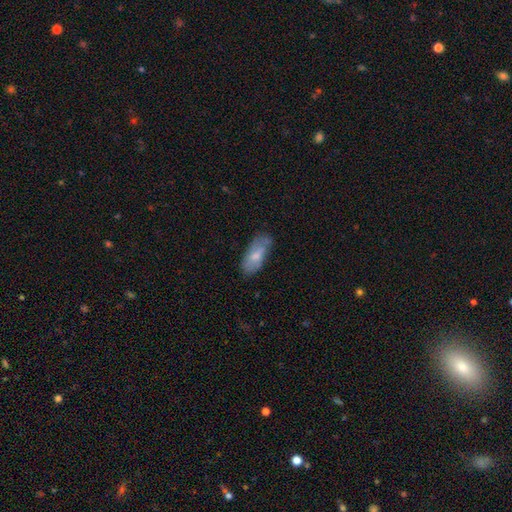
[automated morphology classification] Smooth or featured?
  - smooth: 69% *
  - featured or disk: 25%
  - star or artifact: 6%
How rounded?
  - in between: 83% *
  - cigar-shaped: 15%
  - round: 2%
Merging?
  - none: 63% *
  - minor disturbance: 28%
  - major disturbance: 7%
  - merger: 2%